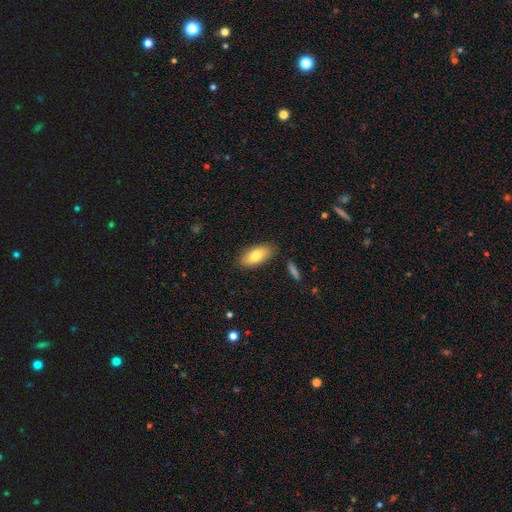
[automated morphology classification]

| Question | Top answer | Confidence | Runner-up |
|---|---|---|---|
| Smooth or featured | smooth | 78% | featured or disk (16%) |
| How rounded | in between | 89% | cigar-shaped (8%) |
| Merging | none | 84% | minor disturbance (11%) |